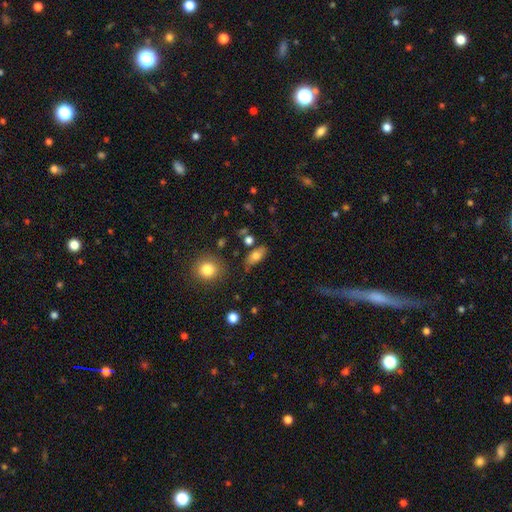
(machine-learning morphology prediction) A smooth galaxy with no disk features (75%) that is in between round and cigar-shaped (83%). Merging: none (74%).